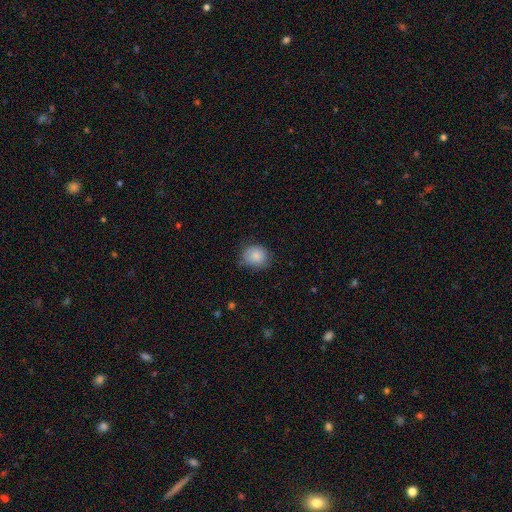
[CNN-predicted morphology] Overall: smooth (82%). How rounded: round (66%; in between 33%). Merging: none (70%).